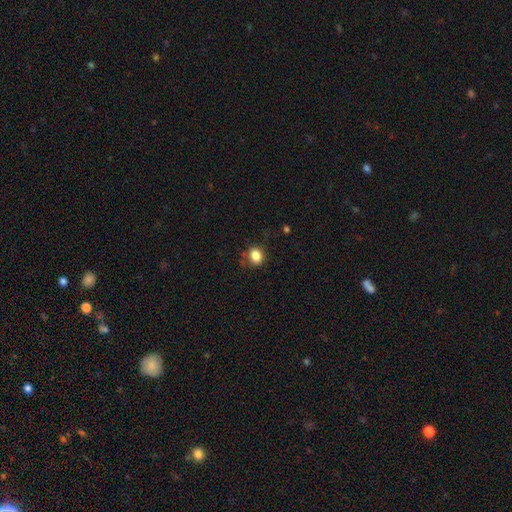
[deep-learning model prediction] A smooth galaxy with no disk features (84%) that is round (53%). Merging: none (76%).